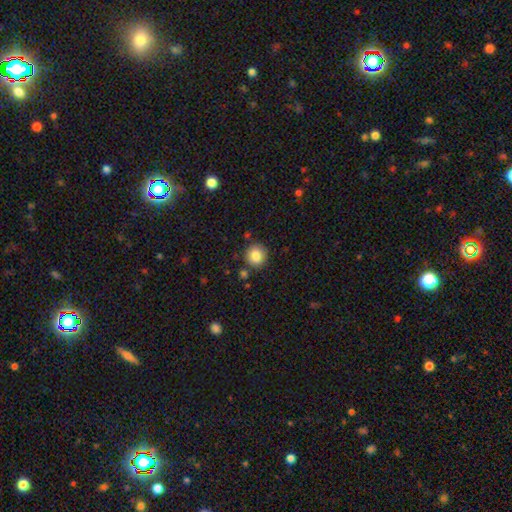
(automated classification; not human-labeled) smooth_or_featured: smooth (p=0.84) [alt: star or artifact p=0.09]
how_rounded: round (p=0.91) [alt: in between p=0.09]
merging: none (p=0.86) [alt: minor disturbance p=0.09]